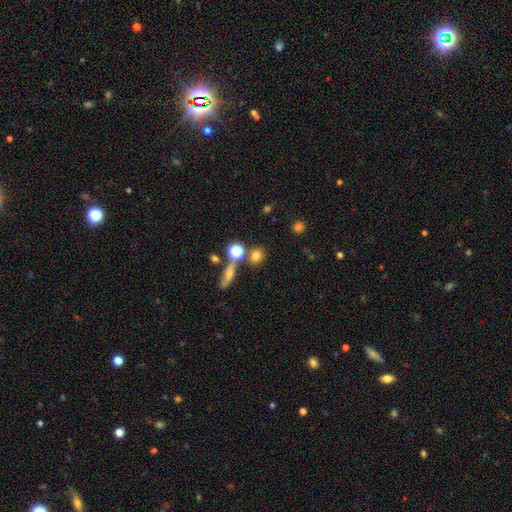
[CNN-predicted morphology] A smooth galaxy with no disk features (75%) that is round (79%). Merging: none (69%).